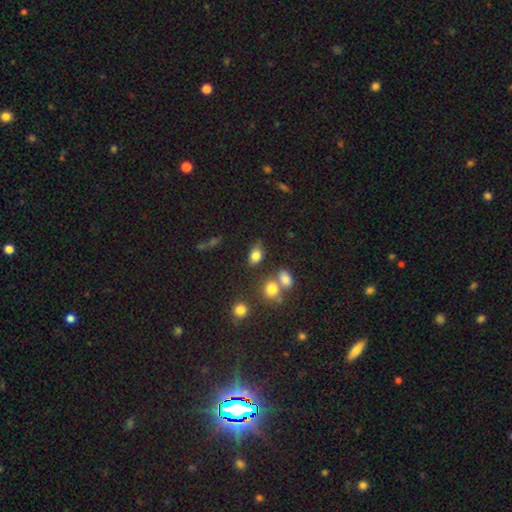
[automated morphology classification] type=smooth (80%); roundness=in between (81%); merging=none (63%).